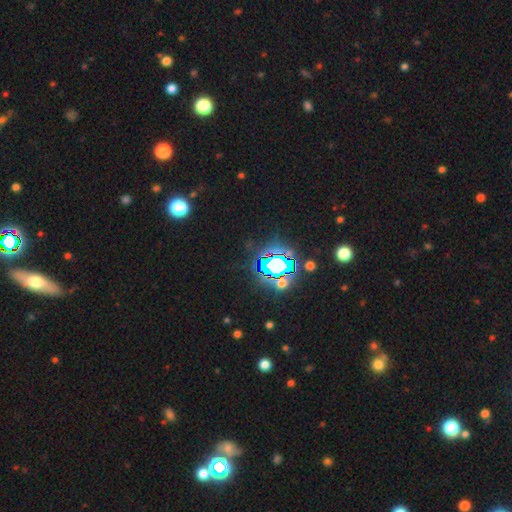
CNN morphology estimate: Smooth or featured: star or artifact — 80% (smooth — 11%)